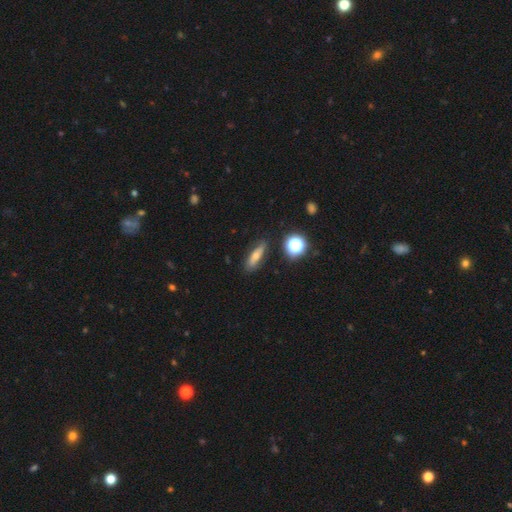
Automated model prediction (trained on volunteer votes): Smooth or featured: smooth — 56% (featured or disk — 31%)
How rounded: cigar-shaped — 55% (in between — 36%)
Merging: none — 82% (minor disturbance — 12%)